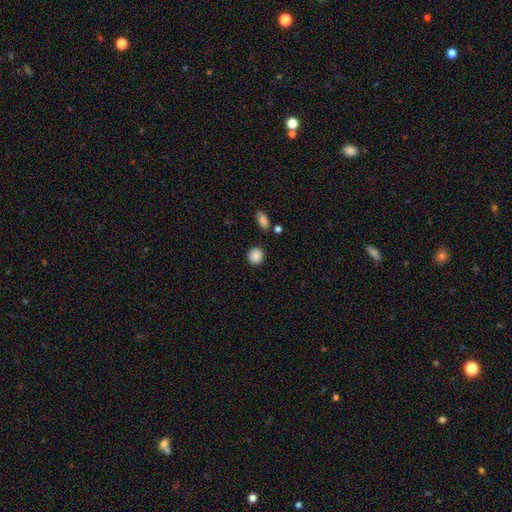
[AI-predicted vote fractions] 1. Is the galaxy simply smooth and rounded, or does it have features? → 89% smooth, 8% star or artifact, 3% featured or disk.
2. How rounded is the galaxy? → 80% round, 19% in between, 1% cigar-shaped.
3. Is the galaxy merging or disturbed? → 87% none, 8% minor disturbance, 3% merger, 3% major disturbance.